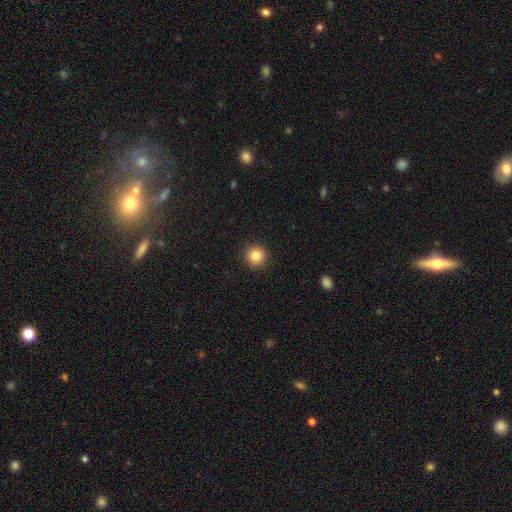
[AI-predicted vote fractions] smooth 85%, star or artifact 10%, featured or disk 5%. Down the decision tree: how rounded — round (95%); merging — none (92%).